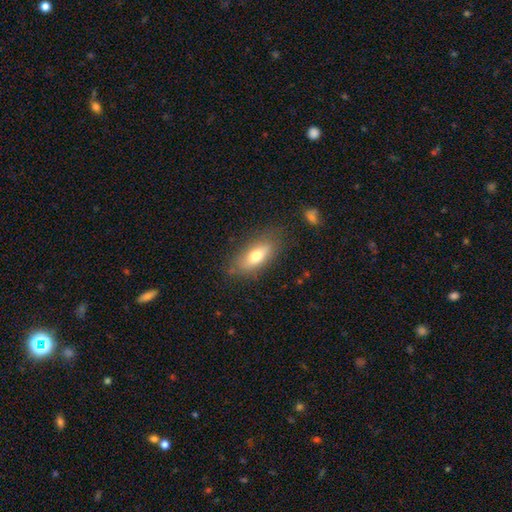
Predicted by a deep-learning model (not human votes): This is likely a smooth galaxy (70%). How rounded: likely in between (76%). Merging: likely none (77%).